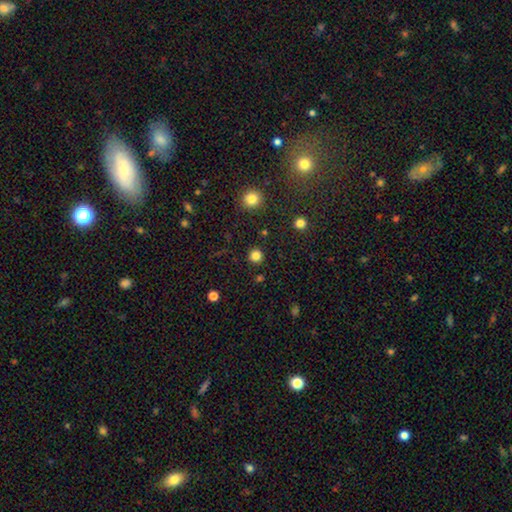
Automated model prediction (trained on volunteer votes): Overall: smooth (82%). How rounded: round (94%). Merging: none (91%).